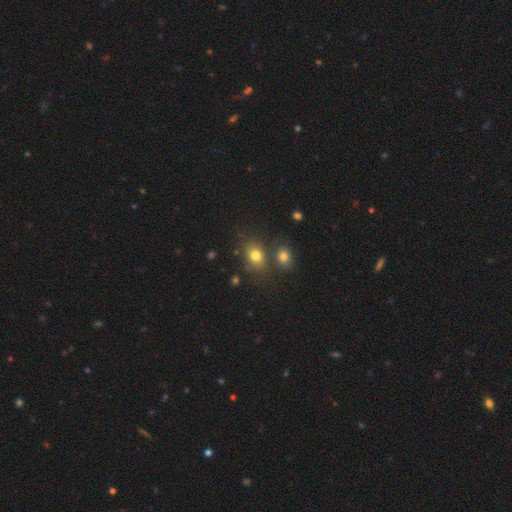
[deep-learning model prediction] Smooth or featured?
  - smooth: 76% *
  - star or artifact: 14%
  - featured or disk: 10%
How rounded?
  - in between: 60% *
  - round: 39%
  - cigar-shaped: 1%
Merging?
  - none: 67% *
  - merger: 18%
  - minor disturbance: 12%
  - major disturbance: 4%